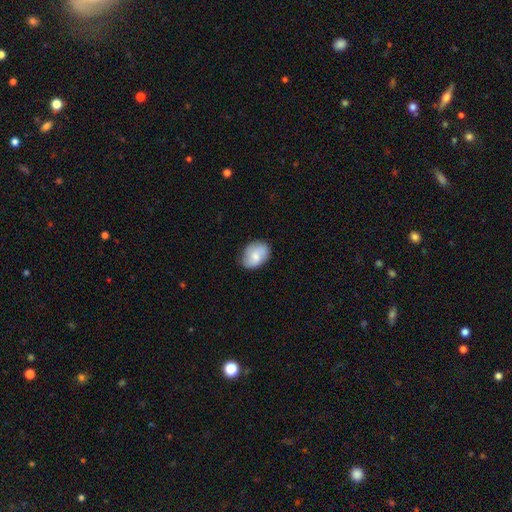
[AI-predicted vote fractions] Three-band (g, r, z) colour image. It shows a smooth galaxy with no disk features (71%) that is in between round and cigar-shaped (75%). Merging: none (77%).